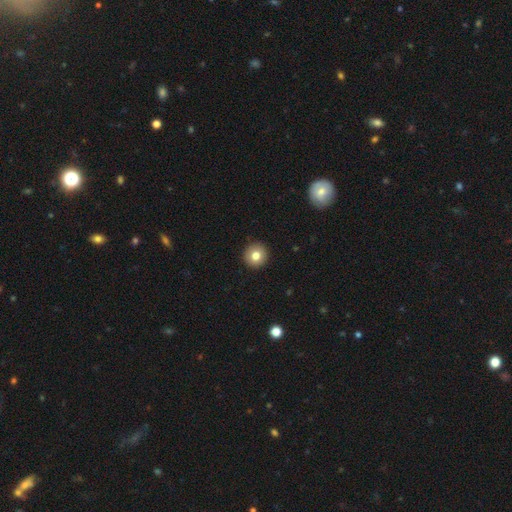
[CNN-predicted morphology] smooth 80%, featured or disk 11%, star or artifact 10%. Down the decision tree: how rounded — round (94%); merging — none (92%).